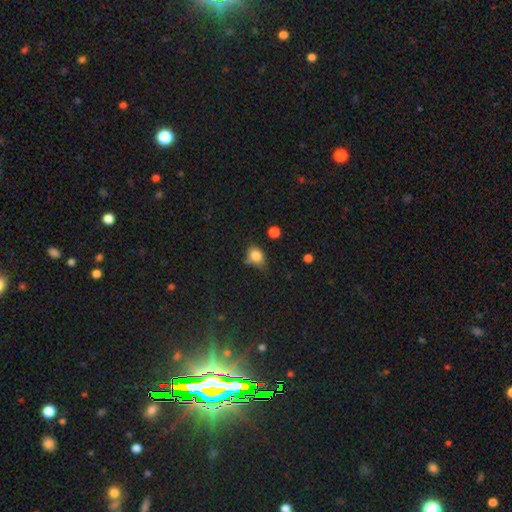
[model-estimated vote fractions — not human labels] Q: Smooth or featured?
A: smooth (83%); runner-up: star or artifact (10%)
Q: How rounded?
A: in between (52%); runner-up: round (47%)
Q: Merging?
A: none (53%); runner-up: minor disturbance (33%)